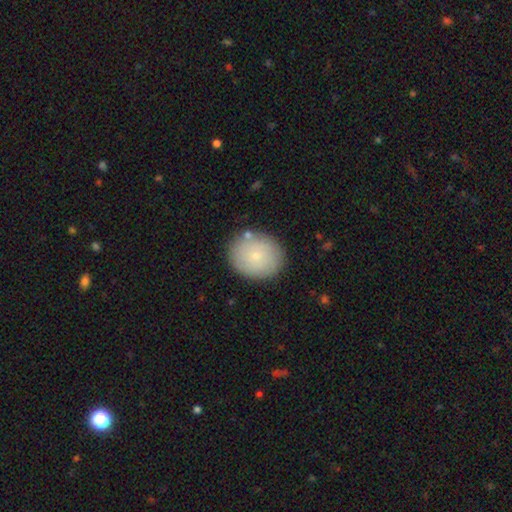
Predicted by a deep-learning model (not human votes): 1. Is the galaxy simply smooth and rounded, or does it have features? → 76% smooth, 17% featured or disk, 7% star or artifact.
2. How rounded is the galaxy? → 64% round, 35% in between, 1% cigar-shaped.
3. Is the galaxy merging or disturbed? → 83% none, 11% minor disturbance, 3% merger, 3% major disturbance.